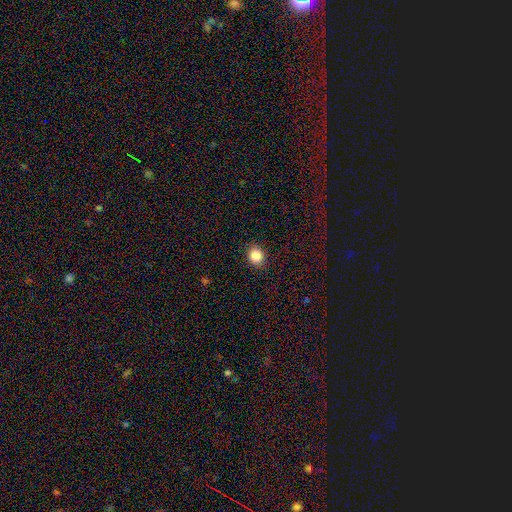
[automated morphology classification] This appears to be a smooth galaxy with no disk features (85%) that is round (62%). Merging: none (89%).